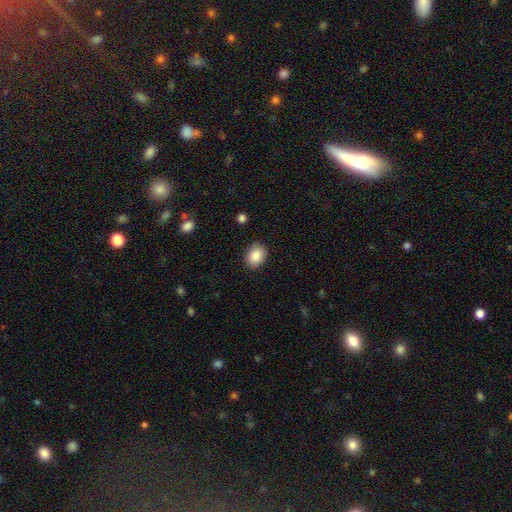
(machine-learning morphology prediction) Smooth or featured? smooth (87%)
How rounded? in between (63%)
Merging? none (87%)